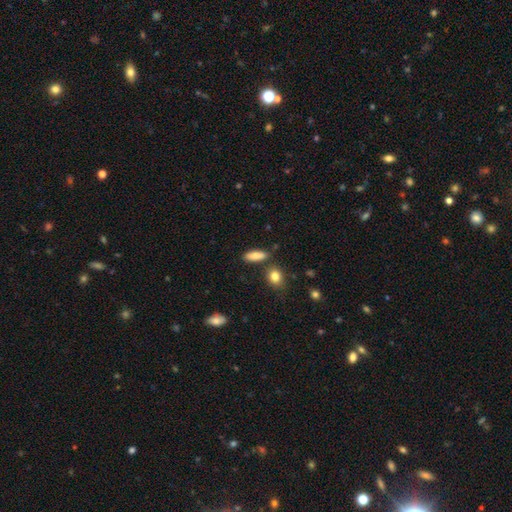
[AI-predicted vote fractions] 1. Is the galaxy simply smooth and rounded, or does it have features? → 81% smooth, 12% featured or disk, 7% star or artifact.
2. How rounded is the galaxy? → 63% in between, 33% cigar-shaped, 3% round.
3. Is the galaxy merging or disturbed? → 78% none, 12% minor disturbance, 7% merger, 3% major disturbance.